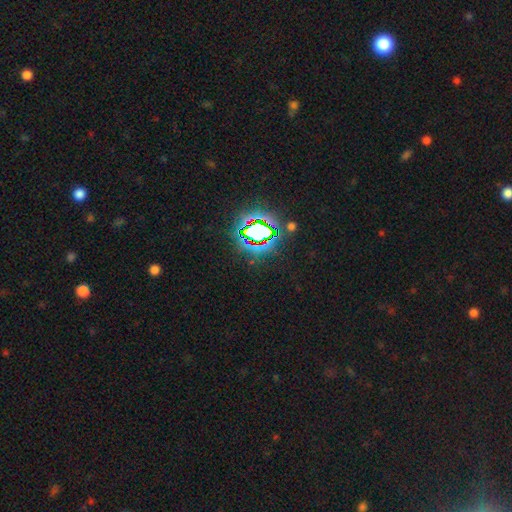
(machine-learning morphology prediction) The model was most divided on "smooth or featured": star or artifact: 84%, smooth: 9%, featured or disk: 6%.